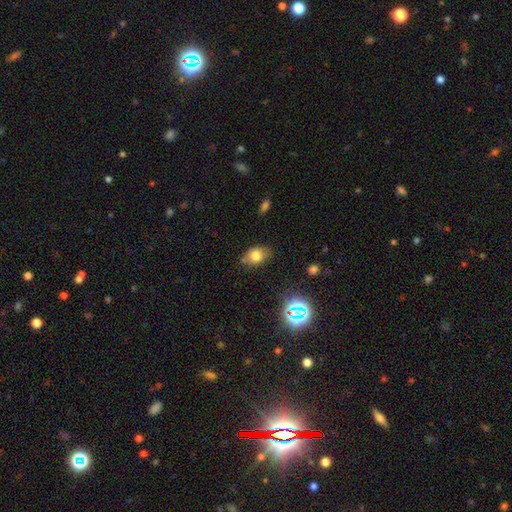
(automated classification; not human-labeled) Smooth or featured? smooth (75%)
How rounded? in between (69%)
Merging? none (72%)